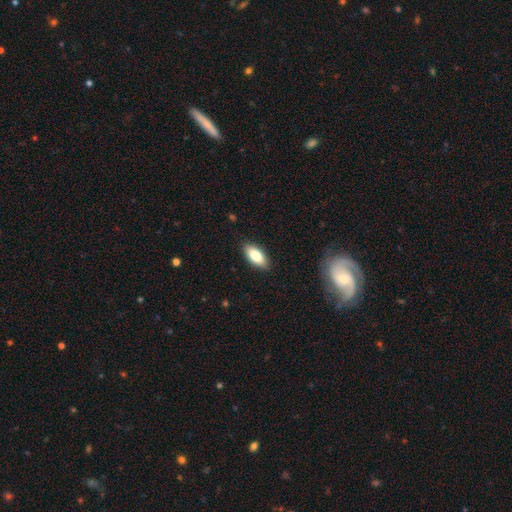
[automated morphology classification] This is clearly a smooth galaxy (82%). How rounded: clearly in between (88%). Merging: clearly none (88%).